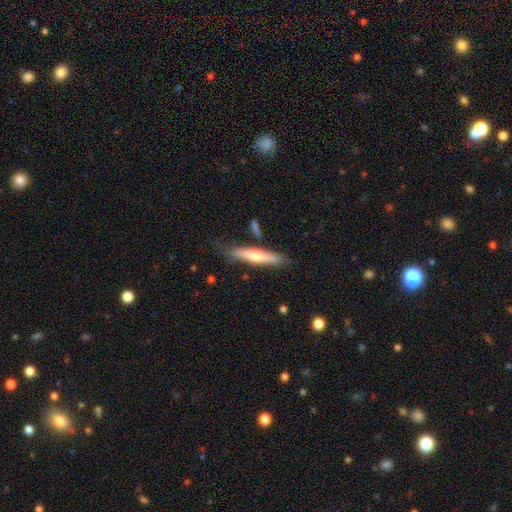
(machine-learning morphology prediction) Q: Smooth or featured?
A: smooth (50%); runner-up: featured or disk (44%)
Q: How rounded?
A: cigar-shaped (90%); runner-up: in between (9%)
Q: Merging?
A: none (77%); runner-up: minor disturbance (16%)